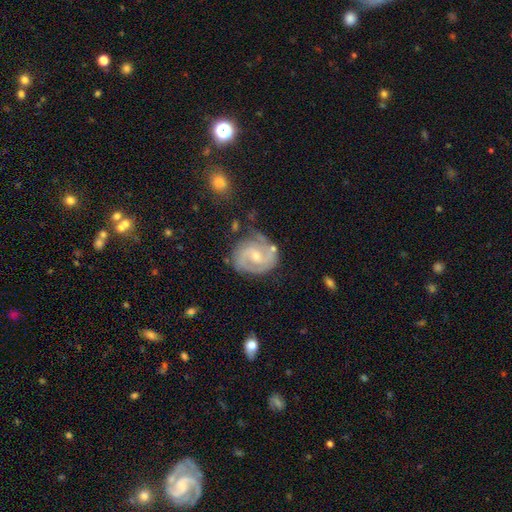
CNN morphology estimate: Smooth or featured? featured or disk (86%)
Edge-on disk? no (98%)
Bar? weak (53%)
Spiral arms? yes (97%)
Spiral winding? tight (48%)
Spiral arm count? 2 (80%)
Bulge size? small (47%, tied with moderate)
Merging? none (68%)